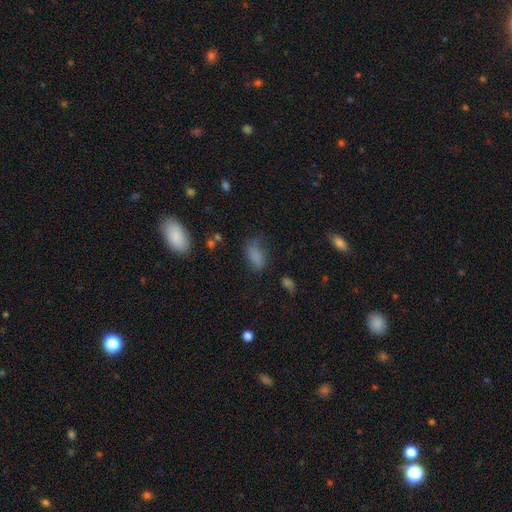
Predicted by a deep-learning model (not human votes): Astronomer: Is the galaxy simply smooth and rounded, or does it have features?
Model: smooth — 79%.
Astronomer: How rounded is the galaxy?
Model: in between — 87%.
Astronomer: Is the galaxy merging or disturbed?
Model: none — 60%.